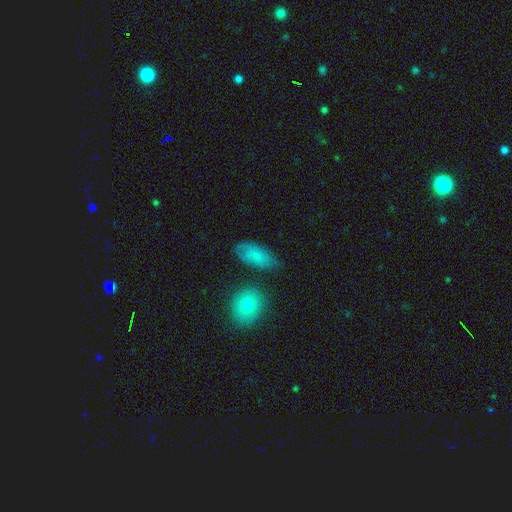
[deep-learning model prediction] This is likely a smooth galaxy (73%). How rounded: clearly in between (91%). Merging: likely none (63%).